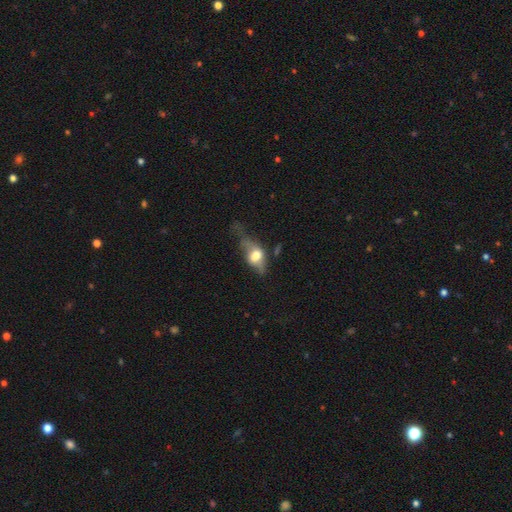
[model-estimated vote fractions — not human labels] Q: Smooth or featured?
A: smooth (53%); runner-up: featured or disk (37%)
Q: How rounded?
A: in between (75%); runner-up: round (15%)
Q: Merging?
A: major disturbance (39%); runner-up: minor disturbance (28%)